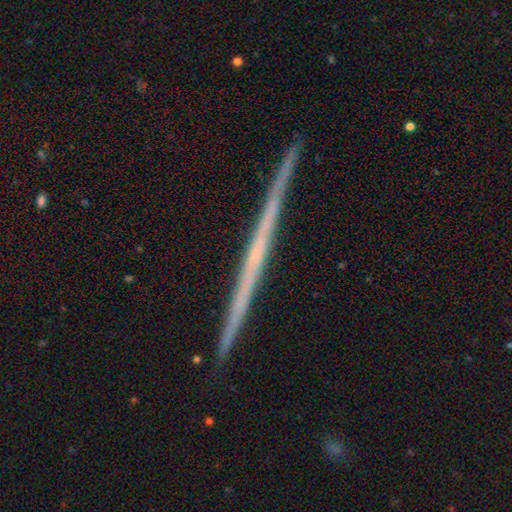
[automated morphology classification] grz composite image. It shows a featured or disk galaxy (67%) viewed edge-on (98%) with no central bulge (85%). Merging: none (92%).